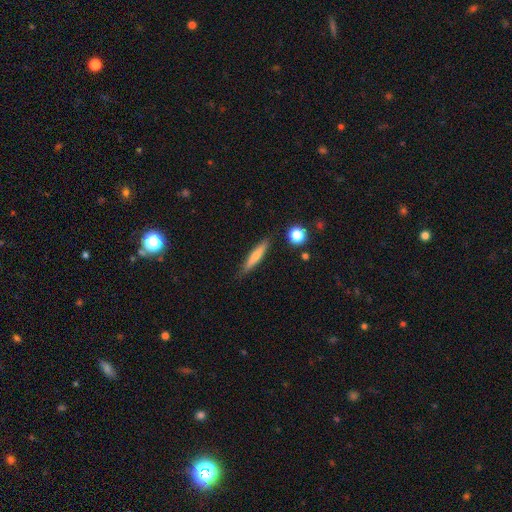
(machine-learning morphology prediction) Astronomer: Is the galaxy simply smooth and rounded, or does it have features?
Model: smooth — 64%.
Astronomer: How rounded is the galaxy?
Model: cigar-shaped — 88%.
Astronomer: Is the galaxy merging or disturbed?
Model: none — 84%.